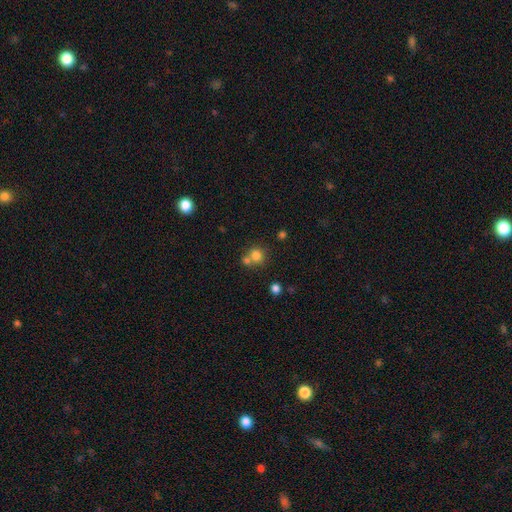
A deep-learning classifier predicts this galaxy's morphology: Q: Smooth or featured?
A: smooth (78%); runner-up: star or artifact (13%)
Q: How rounded?
A: round (85%); runner-up: in between (14%)
Q: Merging?
A: none (52%); runner-up: merger (37%)